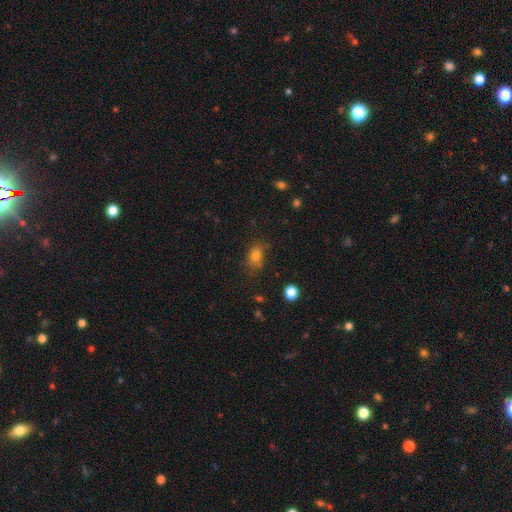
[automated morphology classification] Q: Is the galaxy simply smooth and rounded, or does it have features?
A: smooth — 78%.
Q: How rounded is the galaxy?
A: in between — 72%.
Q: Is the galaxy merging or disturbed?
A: none — 68%.